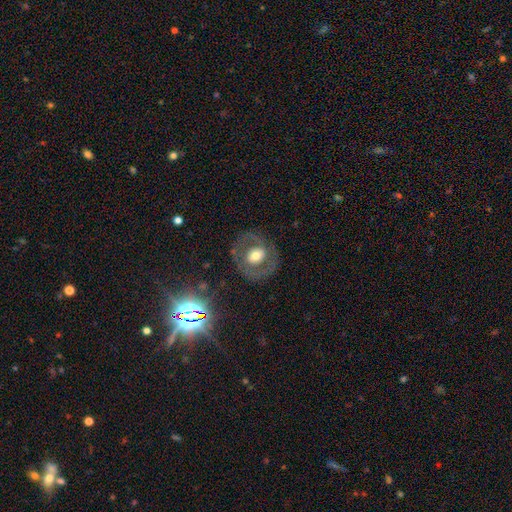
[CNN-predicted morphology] Smooth or featured?
  - featured or disk: 55% *
  - smooth: 37%
  - star or artifact: 8%
Edge-on disk?
  - no: 95% *
  - yes: 5%
Bar?
  - no: 65% *
  - weak: 24%
  - strong: 11%
Spiral arms?
  - no: 67% *
  - yes: 33%
Bulge size?
  - moderate: 60% *
  - large: 26%
  - small: 9%
  - dominant: 3%
  - none: 1%
Merging?
  - none: 76% *
  - minor disturbance: 12%
  - major disturbance: 10%
  - merger: 1%